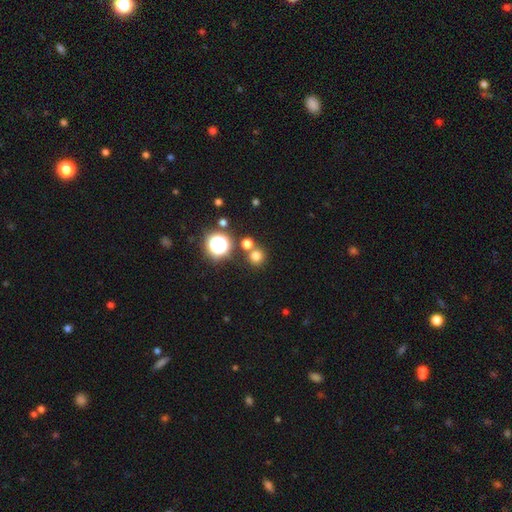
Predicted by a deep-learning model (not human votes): Smooth or featured? Predicted: smooth (p=0.71). How rounded? Predicted: round (p=0.92). Merging? Predicted: none (p=0.74).